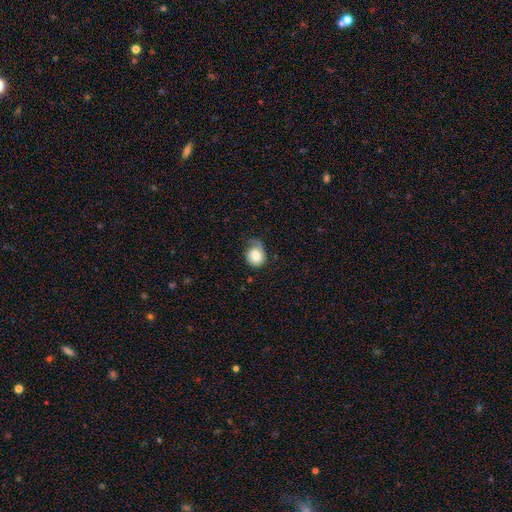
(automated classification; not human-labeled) Q: Smooth or featured?
A: smooth (73%); runner-up: featured or disk (20%)
Q: How rounded?
A: round (70%); runner-up: in between (29%)
Q: Merging?
A: none (41%); runner-up: minor disturbance (34%)